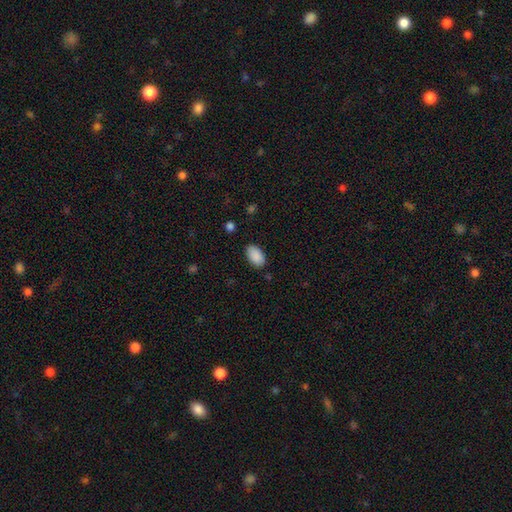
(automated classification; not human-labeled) Q: Smooth or featured?
A: smooth (90%); runner-up: star or artifact (7%)
Q: How rounded?
A: in between (95%); runner-up: round (4%)
Q: Merging?
A: none (85%); runner-up: minor disturbance (11%)